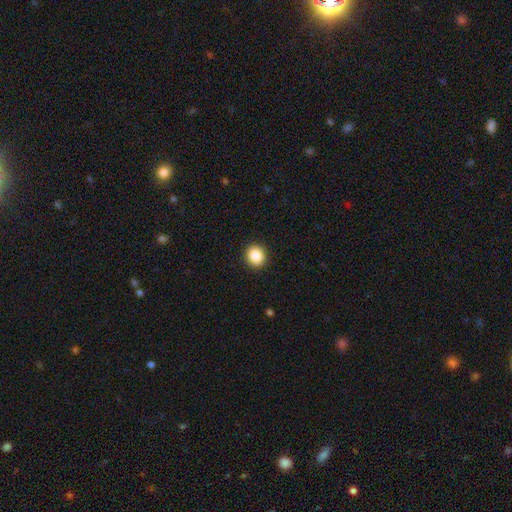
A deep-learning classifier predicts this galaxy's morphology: smooth_or_featured: smooth (p=0.87) [alt: star or artifact p=0.09]
how_rounded: round (p=0.82) [alt: in between p=0.17]
merging: none (p=0.92) [alt: minor disturbance p=0.05]